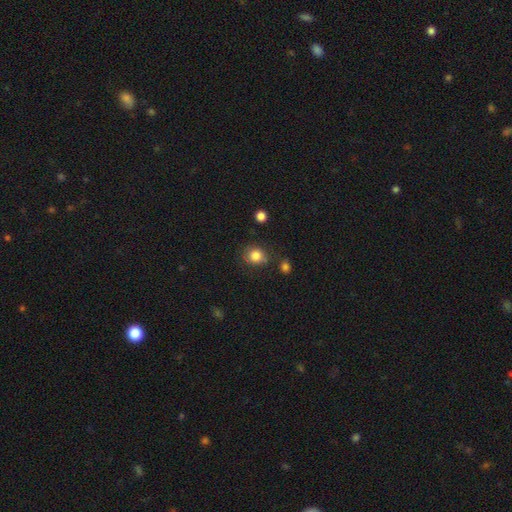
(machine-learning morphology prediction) This is clearly a smooth galaxy (84%). How rounded: likely round (78%). Merging: likely none (74%).